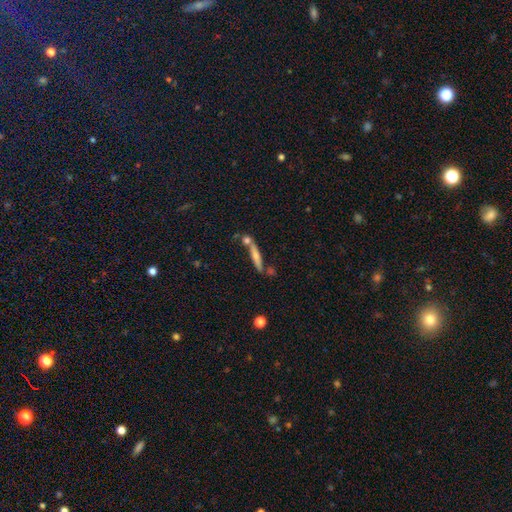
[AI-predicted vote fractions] Smooth or featured: smooth — 55% (featured or disk — 37%)
How rounded: cigar-shaped — 90% (in between — 7%)
Merging: none — 64% (merger — 20%)